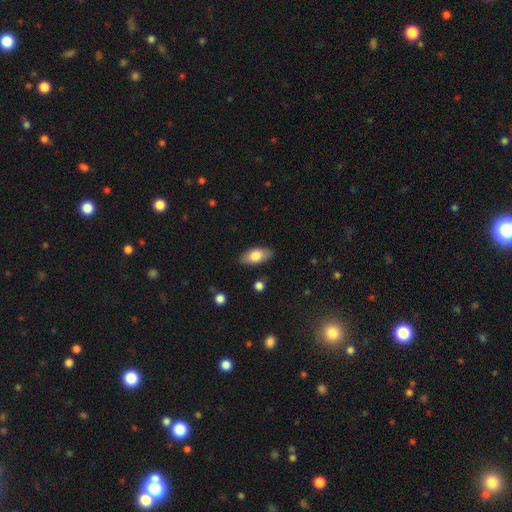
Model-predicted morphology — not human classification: This appears to be a smooth galaxy with no disk features (77%) that is in between round and cigar-shaped (91%). Merging: none (86%).